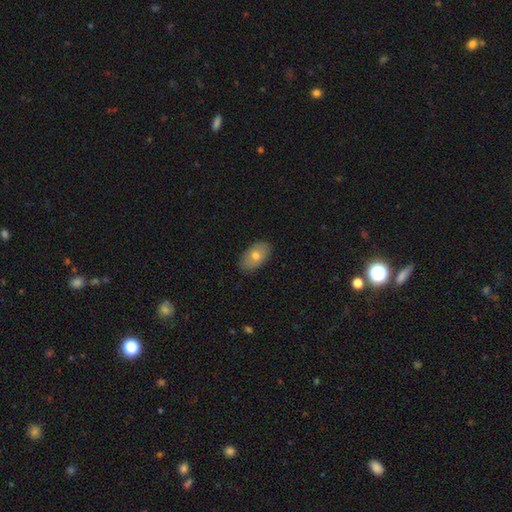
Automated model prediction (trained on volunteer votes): This appears to be a smooth galaxy with no disk features (71%) that is in between round and cigar-shaped (92%). Merging: none (85%).